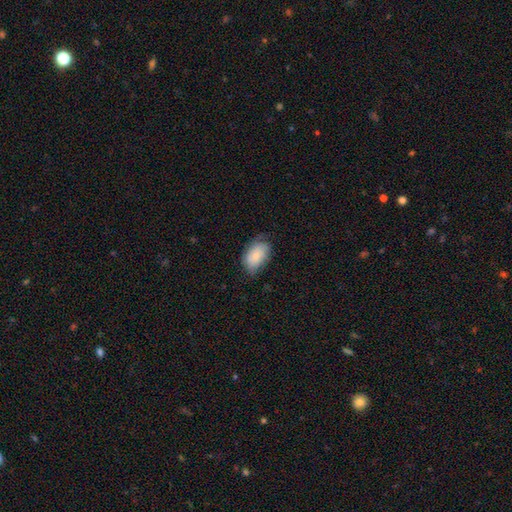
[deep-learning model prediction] A smooth galaxy with no disk features (70%) that is in between round and cigar-shaped (90%).

Vote fractions:
- Smooth or featured? smooth: 70% / featured or disk: 23% / star or artifact: 7%
- How rounded? in between: 90% / round: 8% / cigar-shaped: 1%
- Merging? none: 58% / minor disturbance: 32% / major disturbance: 9% / merger: 1%